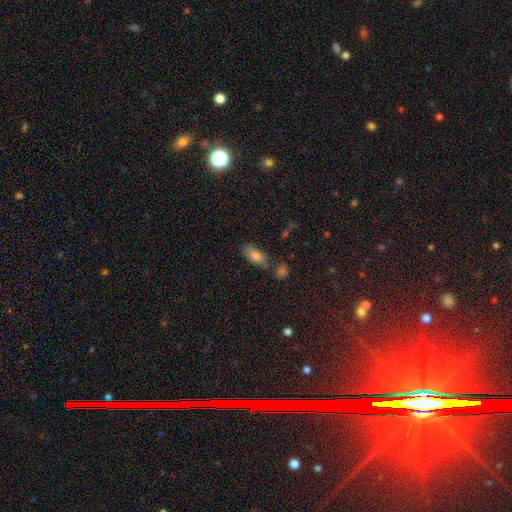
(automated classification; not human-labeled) Morphology: type=smooth (76%); roundness=in between (87%); merging=none (68%).